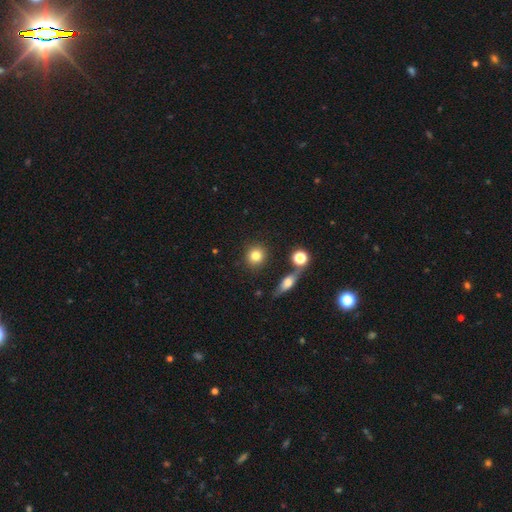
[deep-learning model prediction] This appears to be a smooth galaxy with no disk features (81%) that is round (87%). Merging: none (85%).